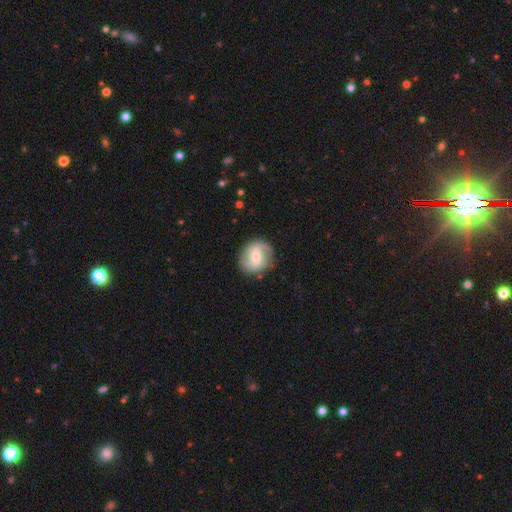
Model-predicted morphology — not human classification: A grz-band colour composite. It shows a featured or disk galaxy (67%) with a weak bar (46%), 2 (84%) loose (43%) spiral arms (83%) and a moderate central bulge (52%). Merging: none (83%).